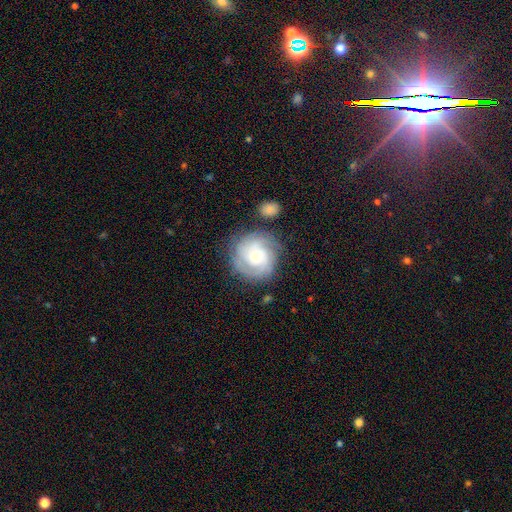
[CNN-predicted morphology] Smooth or featured? featured or disk (73%)
Edge-on disk? no (98%)
Bar? no (71%)
Spiral arms? yes (92%)
Spiral winding? tight (65%)
Spiral arm count? can't tell (31%)
Bulge size? small (55%)
Merging? none (73%)